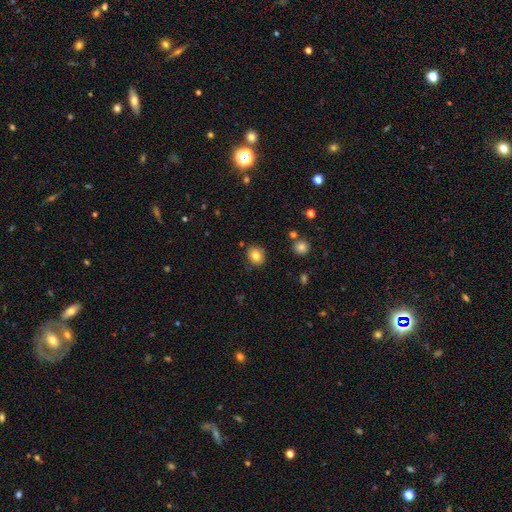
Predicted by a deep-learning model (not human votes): Smooth or featured? smooth (81%)
How rounded? round (79%)
Merging? none (85%)